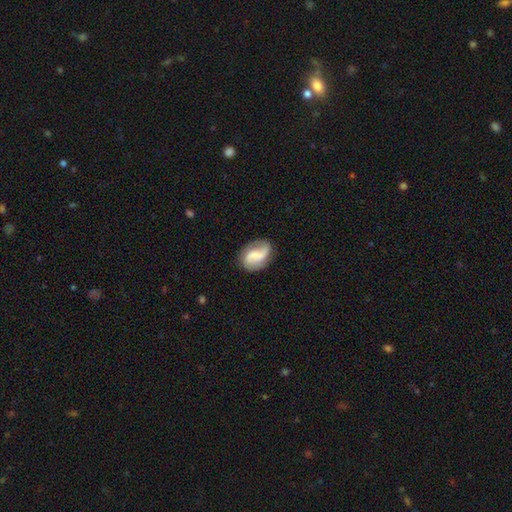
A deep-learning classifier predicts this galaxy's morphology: Smooth or featured?
  - featured or disk: 69% *
  - smooth: 24%
  - star or artifact: 7%
Edge-on disk?
  - no: 98% *
  - yes: 2%
Bar?
  - weak: 47% *
  - no: 29%
  - strong: 24%
Spiral arms?
  - yes: 93% *
  - no: 7%
Spiral winding?
  - loose: 47% *
  - medium: 38%
  - tight: 15%
Spiral arm count?
  - 2: 83% *
  - 1: 9%
  - can't tell: 5%
  - 3: 1%
  - 4: 1%
  - more than 4: 1%
Bulge size?
  - none: 37% *
  - small: 29%
  - moderate: 22%
  - large: 9%
  - dominant: 2%
Merging?
  - none: 74% *
  - minor disturbance: 18%
  - major disturbance: 7%
  - merger: 2%